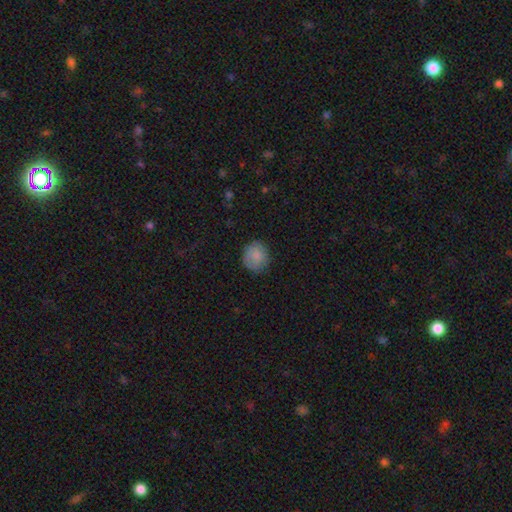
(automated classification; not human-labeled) This appears to be a smooth galaxy with no disk features (83%) that is round (80%). Merging: none (80%).